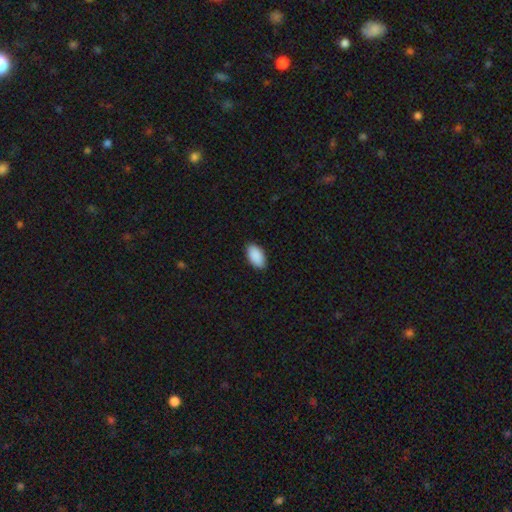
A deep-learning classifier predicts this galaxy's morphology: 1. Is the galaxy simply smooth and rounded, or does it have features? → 91% smooth, 6% star or artifact, 3% featured or disk.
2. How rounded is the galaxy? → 95% in between, 3% round, 2% cigar-shaped.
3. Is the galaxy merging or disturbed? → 89% none, 9% minor disturbance, 2% major disturbance, 1% merger.